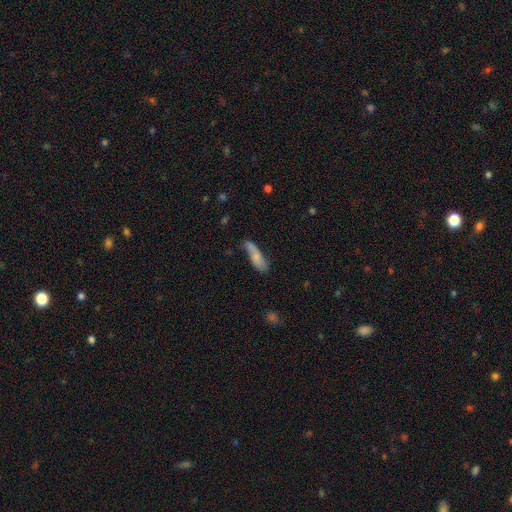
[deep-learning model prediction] This appears to be a smooth galaxy with no disk features (67%) that is cigar-shaped (59%). Merging: none (53%).